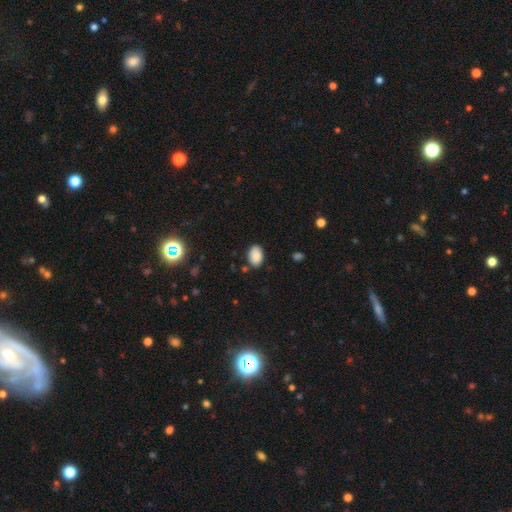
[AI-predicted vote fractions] Morphology: type=smooth (88%); roundness=in between (89%); merging=none (83%).